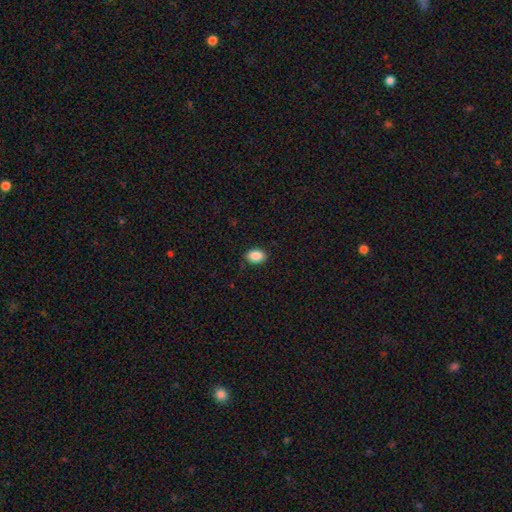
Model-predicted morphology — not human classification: A smooth galaxy with no disk features (88%) that is in between round and cigar-shaped (78%). Merging: none (85%).